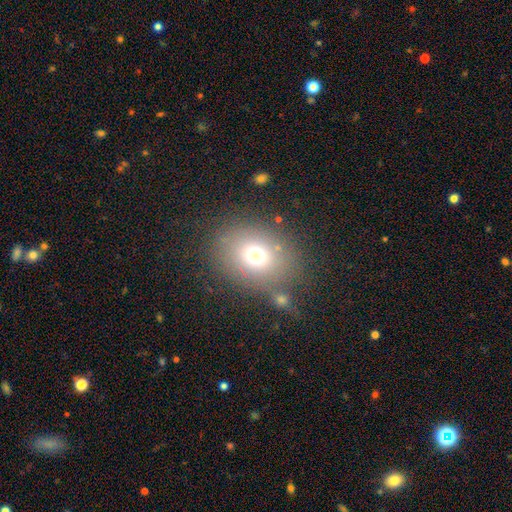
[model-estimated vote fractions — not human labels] Morphology: type=smooth (69%); roundness=round (51%); merging=none (69%).